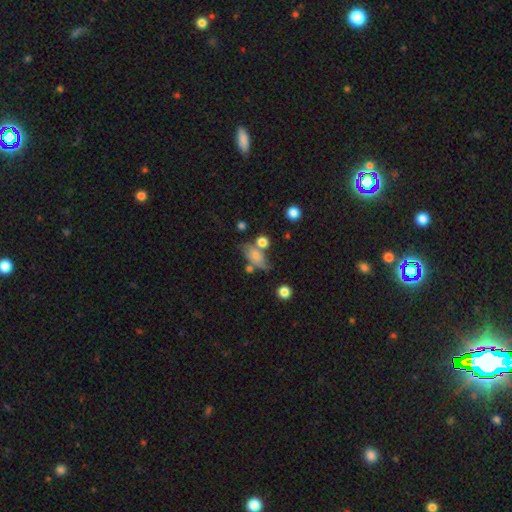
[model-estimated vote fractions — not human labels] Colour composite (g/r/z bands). It shows a smooth galaxy with no disk features (55%) that is in between round and cigar-shaped (79%). Merging: none (38%).